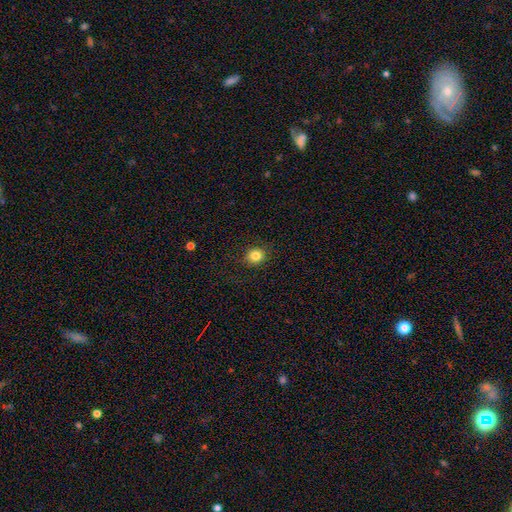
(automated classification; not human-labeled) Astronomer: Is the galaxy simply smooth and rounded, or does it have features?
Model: smooth — 83%.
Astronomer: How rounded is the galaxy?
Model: round — 82%.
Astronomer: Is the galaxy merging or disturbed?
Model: none — 89%.